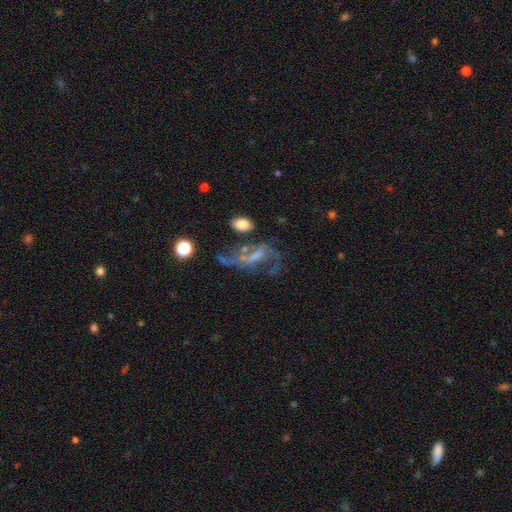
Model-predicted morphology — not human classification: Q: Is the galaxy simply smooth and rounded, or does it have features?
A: featured or disk — 66%.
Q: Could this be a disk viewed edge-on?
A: no — 94%.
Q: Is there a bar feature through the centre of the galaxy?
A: no — 41%.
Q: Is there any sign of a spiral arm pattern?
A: yes — 68%.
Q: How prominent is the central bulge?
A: none — 40%.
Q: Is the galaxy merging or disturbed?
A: major disturbance — 37%.